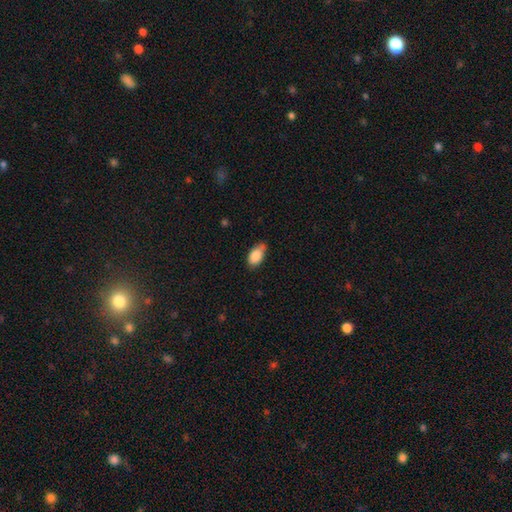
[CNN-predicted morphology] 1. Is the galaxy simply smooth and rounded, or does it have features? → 86% smooth, 7% star or artifact, 7% featured or disk.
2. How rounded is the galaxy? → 92% in between, 5% round, 3% cigar-shaped.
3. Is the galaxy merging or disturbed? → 59% none, 33% minor disturbance, 5% major disturbance, 4% merger.